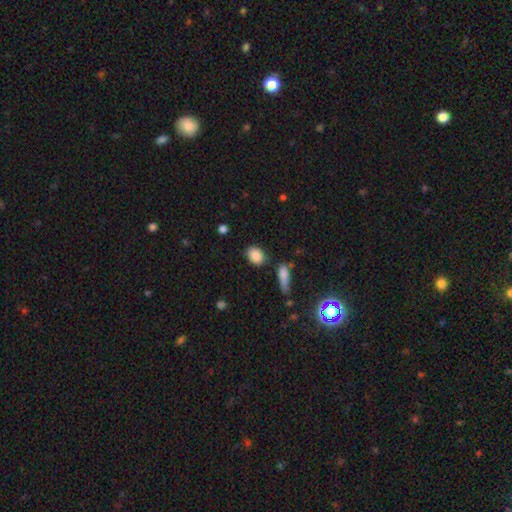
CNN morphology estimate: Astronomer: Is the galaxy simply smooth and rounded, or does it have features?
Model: smooth — 87%.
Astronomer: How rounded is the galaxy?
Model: in between — 72%.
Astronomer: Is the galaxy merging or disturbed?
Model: none — 73%.